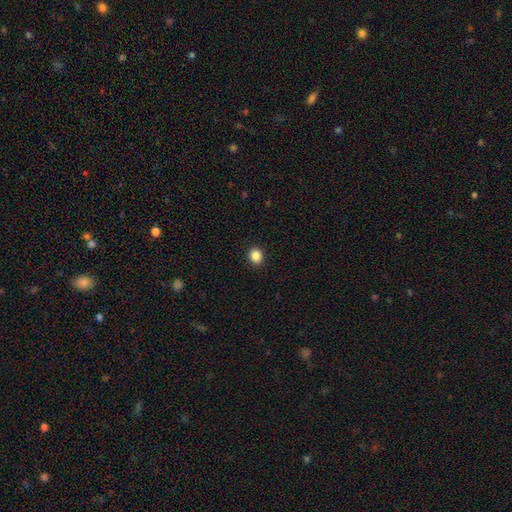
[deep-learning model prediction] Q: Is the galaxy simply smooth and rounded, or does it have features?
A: smooth — 86%.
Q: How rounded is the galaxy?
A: round — 73%.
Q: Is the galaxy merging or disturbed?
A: none — 92%.